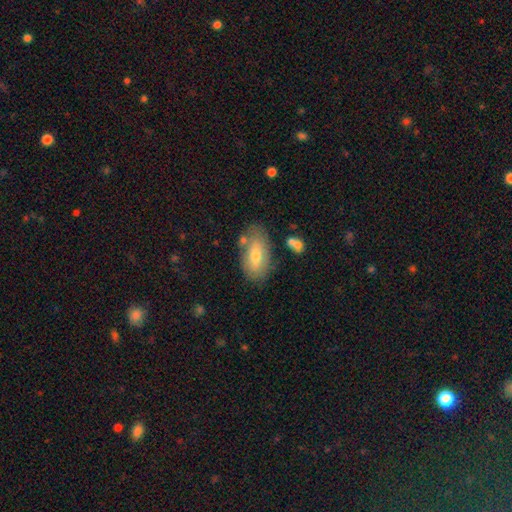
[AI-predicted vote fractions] smooth 65%, featured or disk 28%, star or artifact 7%. Down the decision tree: how rounded — in between (91%); merging — none (72%).